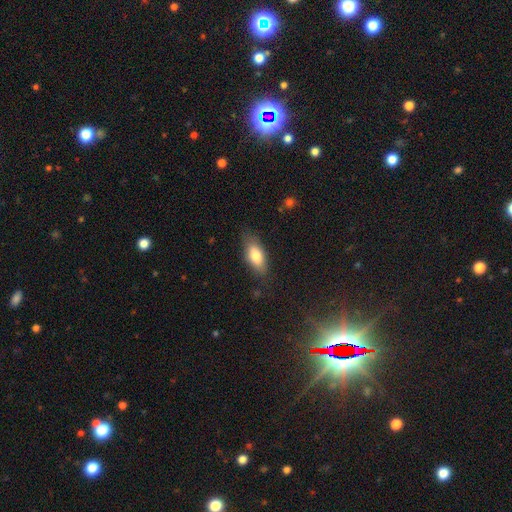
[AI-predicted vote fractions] This appears to be a smooth galaxy with no disk features (78%) that is in between round and cigar-shaped (82%). Merging: none (78%).